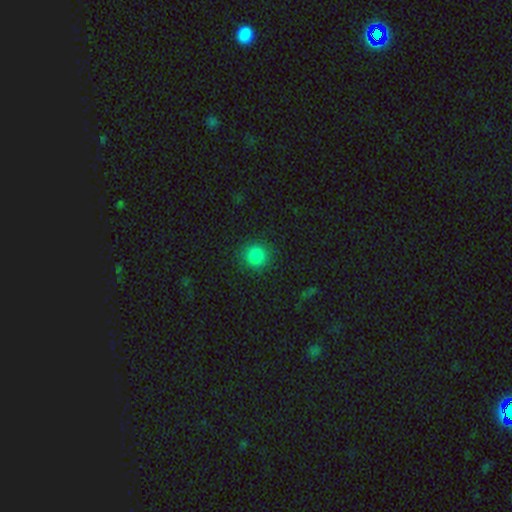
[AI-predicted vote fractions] Q: Smooth or featured?
A: smooth (85%); runner-up: star or artifact (11%)
Q: How rounded?
A: round (90%); runner-up: in between (9%)
Q: Merging?
A: none (88%); runner-up: minor disturbance (8%)